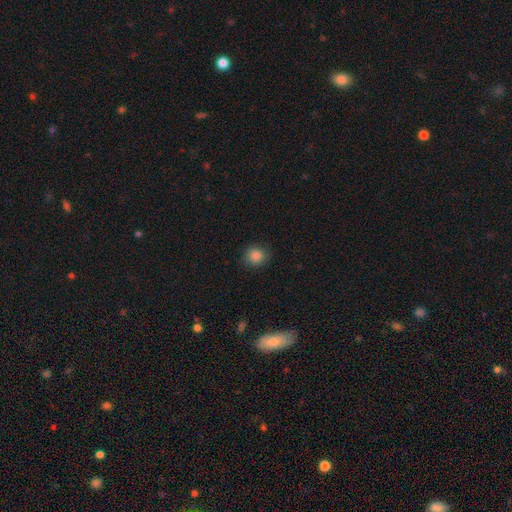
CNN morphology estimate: Smooth or featured? Predicted: smooth (p=0.84). How rounded? Predicted: round (p=0.87). Merging? Predicted: none (p=0.87).